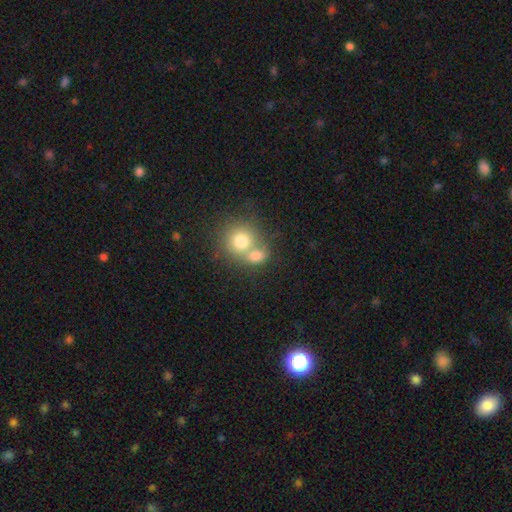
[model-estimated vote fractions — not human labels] Smooth or featured? Predicted: smooth (p=0.76). How rounded? Predicted: round (p=0.68). Merging? Predicted: merger (p=0.58).